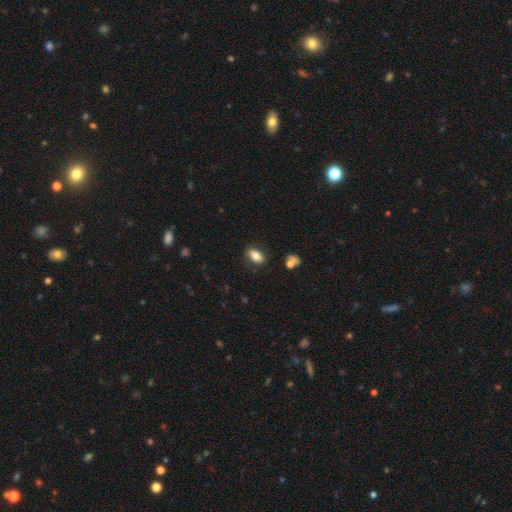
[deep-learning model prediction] A smooth galaxy with no disk features (80%) that is in between round and cigar-shaped (88%). Merging: none (84%).